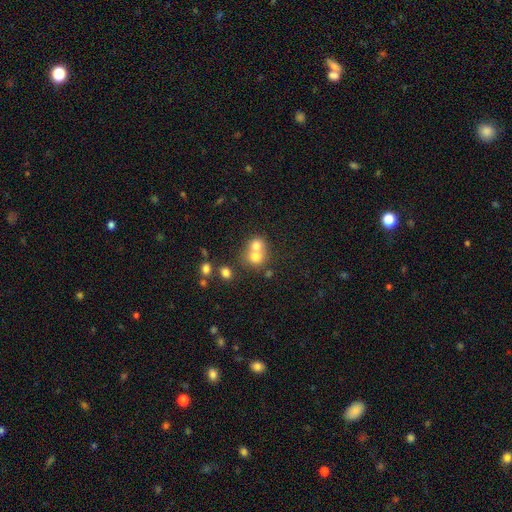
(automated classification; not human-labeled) Smooth or featured? smooth (70%)
How rounded? round (76%)
Merging? merger (64%)